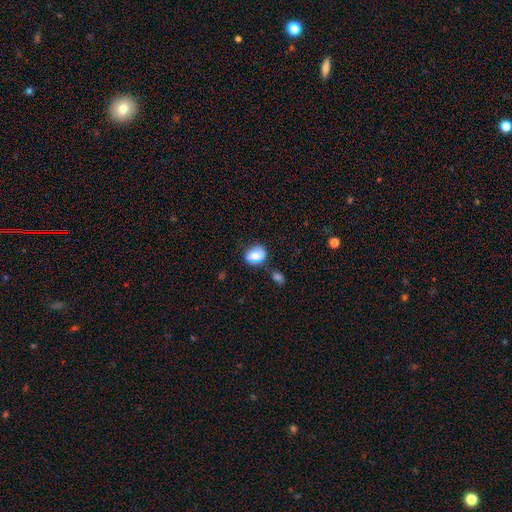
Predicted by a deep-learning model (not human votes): A smooth galaxy with no disk features (75%) that is in between round and cigar-shaped (59%). Merging: none (58%).